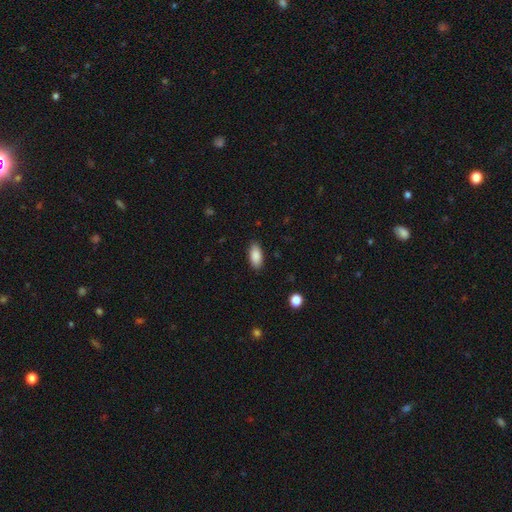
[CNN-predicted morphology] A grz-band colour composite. It shows a smooth galaxy with no disk features (89%) that is in between round and cigar-shaped (90%). Merging: none (87%).